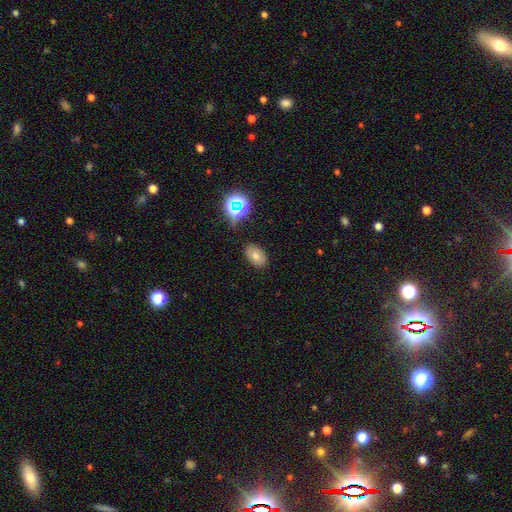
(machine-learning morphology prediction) A smooth galaxy with no disk features (69%) that is in between round and cigar-shaped (88%). Merging: none (83%).